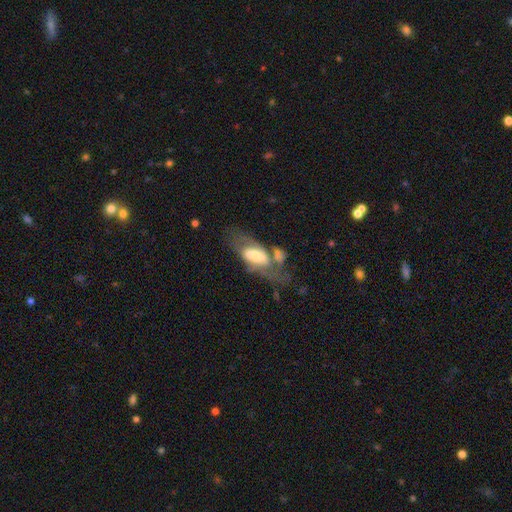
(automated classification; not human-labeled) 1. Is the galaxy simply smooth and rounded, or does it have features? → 52% featured or disk, 41% smooth, 7% star or artifact.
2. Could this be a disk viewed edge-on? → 84% no, 16% yes.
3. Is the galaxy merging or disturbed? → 35% none, 25% major disturbance, 21% merger, 19% minor disturbance.